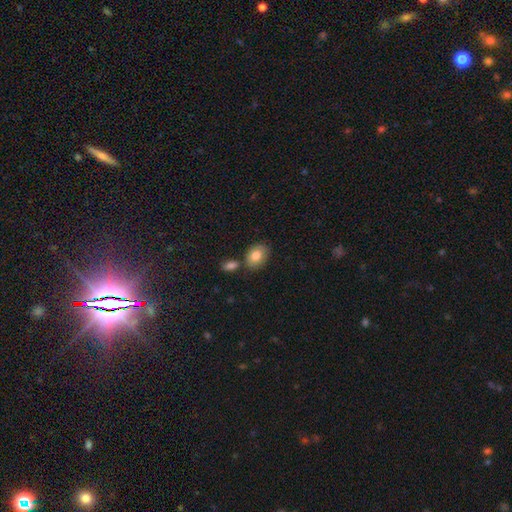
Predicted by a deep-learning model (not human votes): Morphology: type=smooth (81%); roundness=in between (76%); merging=none (68%).